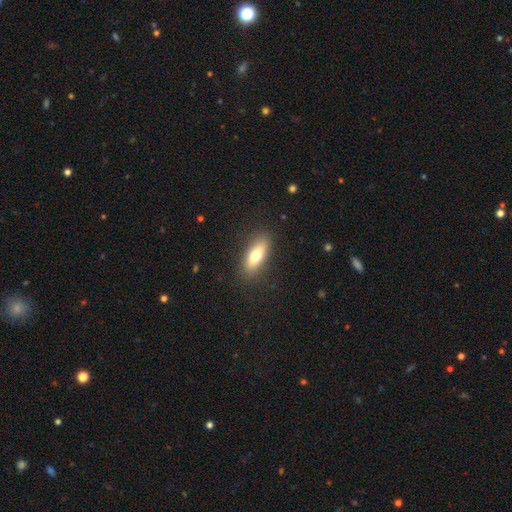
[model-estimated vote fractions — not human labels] This is likely a smooth galaxy (70%). How rounded: likely in between (66%). Merging: clearly none (87%).